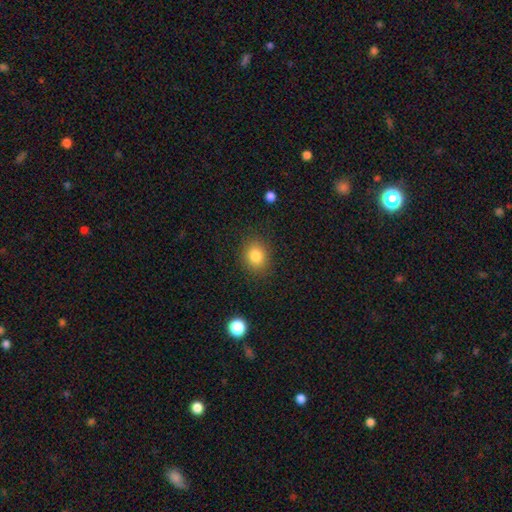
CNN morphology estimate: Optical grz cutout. It shows a smooth galaxy with no disk features (83%) that is round (65%). Merging: none (86%).